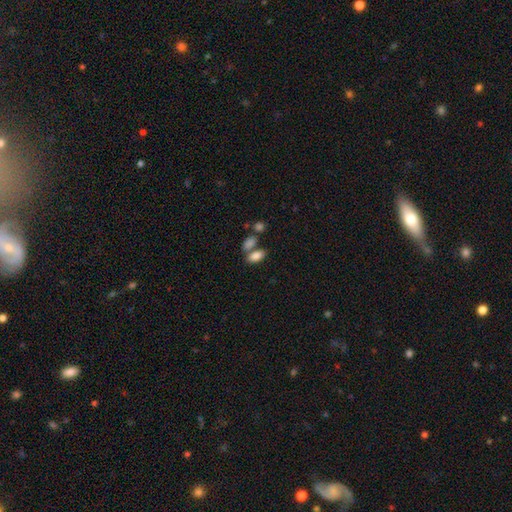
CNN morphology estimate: This appears to be a smooth galaxy with no disk features (84%) that is in between round and cigar-shaped (90%). Merging: none (53%).